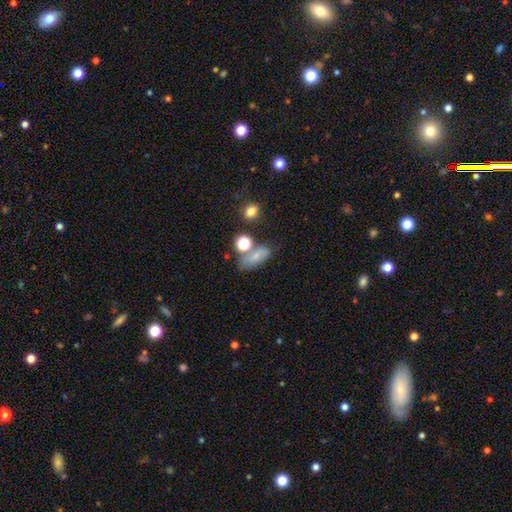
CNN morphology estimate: smooth-or-featured: smooth: 70% | featured or disk: 16% | star or artifact: 15%
  how-rounded: in between: 72% | round: 17% | cigar-shaped: 11%
  merging: none: 52% | merger: 20% | minor disturbance: 19% | major disturbance: 9%